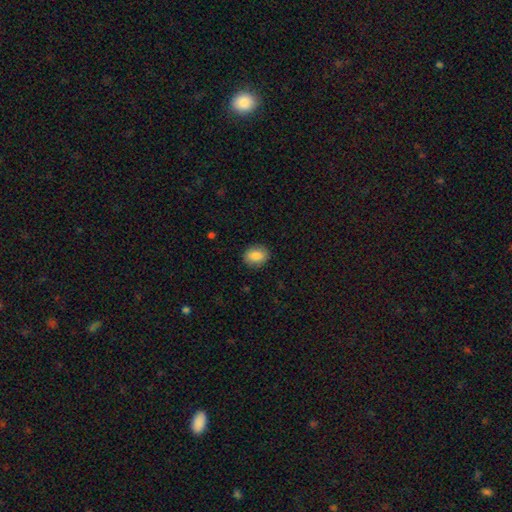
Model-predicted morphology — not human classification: Smooth or featured: smooth — 86% (star or artifact — 8%)
How rounded: in between — 56% (round — 43%)
Merging: none — 88% (minor disturbance — 9%)